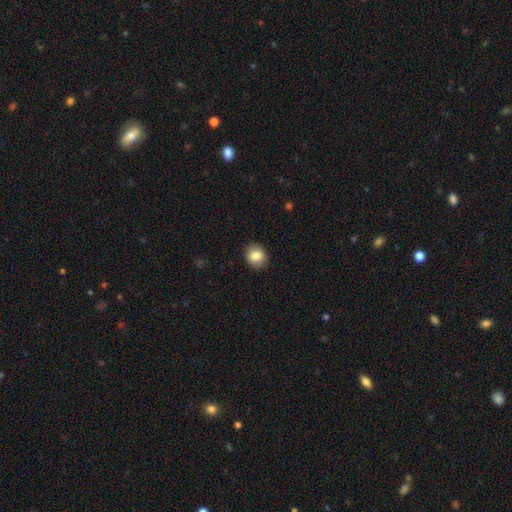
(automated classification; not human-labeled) A smooth galaxy with no disk features (85%) that is round (72%).

Vote fractions:
- Smooth or featured? smooth: 85% / star or artifact: 8% / featured or disk: 7%
- How rounded? round: 72% / in between: 27% / cigar-shaped: 1%
- Merging? none: 89% / minor disturbance: 8% / major disturbance: 2% / merger: 1%